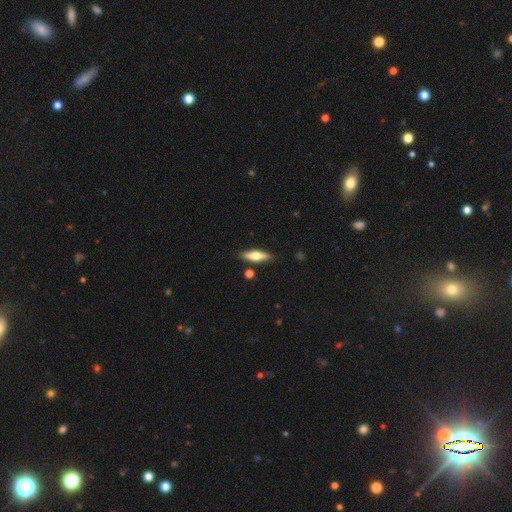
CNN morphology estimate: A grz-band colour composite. It shows a smooth galaxy with no disk features (54%) that is cigar-shaped (63%). Merging: none (85%).